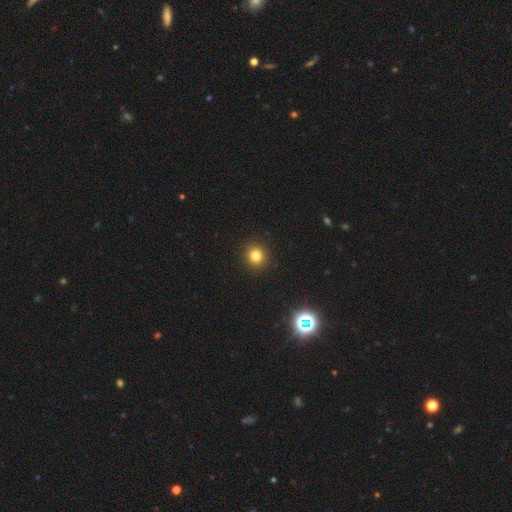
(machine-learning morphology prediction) A smooth galaxy with no disk features (81%) that is round (90%).

Vote fractions:
- Smooth or featured? smooth: 81% / star or artifact: 14% / featured or disk: 5%
- How rounded? round: 90% / in between: 9% / cigar-shaped: 1%
- Merging? none: 92% / minor disturbance: 5% / major disturbance: 2% / merger: 1%